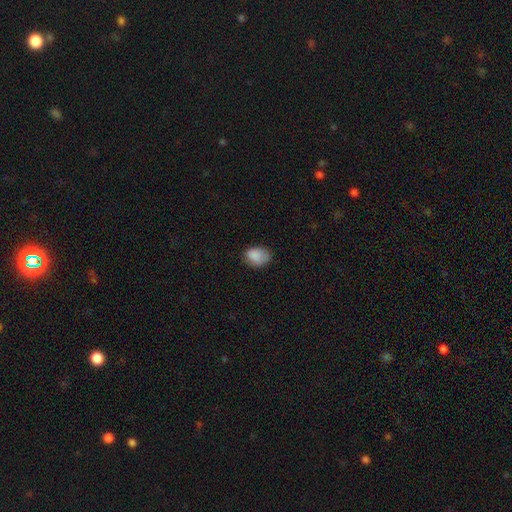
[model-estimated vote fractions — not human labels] smooth-or-featured: smooth: 85% | star or artifact: 8% | featured or disk: 6%
  how-rounded: in between: 74% | round: 25% | cigar-shaped: 1%
  merging: none: 63% | minor disturbance: 28% | major disturbance: 7% | merger: 1%